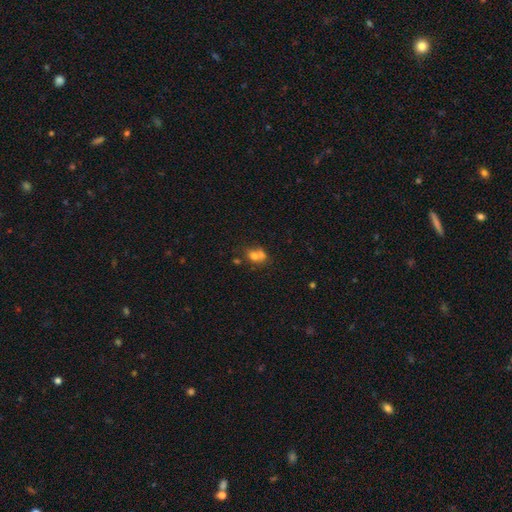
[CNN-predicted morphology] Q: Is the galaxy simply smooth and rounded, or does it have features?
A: smooth — 66%.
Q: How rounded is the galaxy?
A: round — 59%.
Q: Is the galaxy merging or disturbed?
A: merger — 54%.